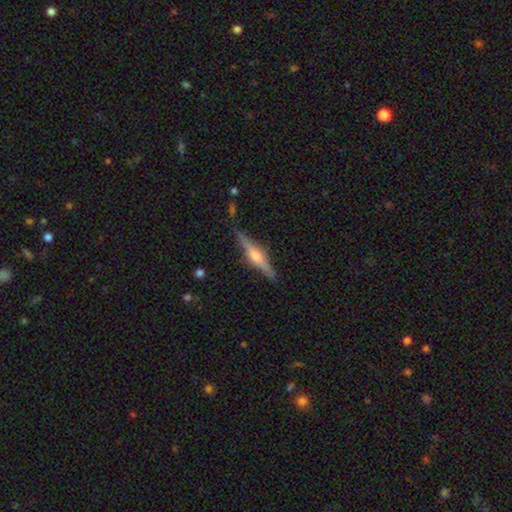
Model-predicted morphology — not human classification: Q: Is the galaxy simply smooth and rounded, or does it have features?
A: featured or disk — 71%.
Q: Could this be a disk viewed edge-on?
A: yes — 97%.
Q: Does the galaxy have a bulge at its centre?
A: rounded — 80%.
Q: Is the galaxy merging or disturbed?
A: none — 85%.